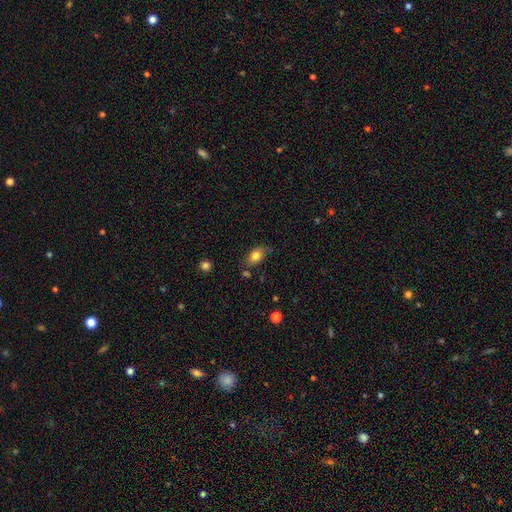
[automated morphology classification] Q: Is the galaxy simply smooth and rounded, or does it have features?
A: smooth — 78%.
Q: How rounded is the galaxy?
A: in between — 81%.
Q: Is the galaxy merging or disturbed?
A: none — 66%.